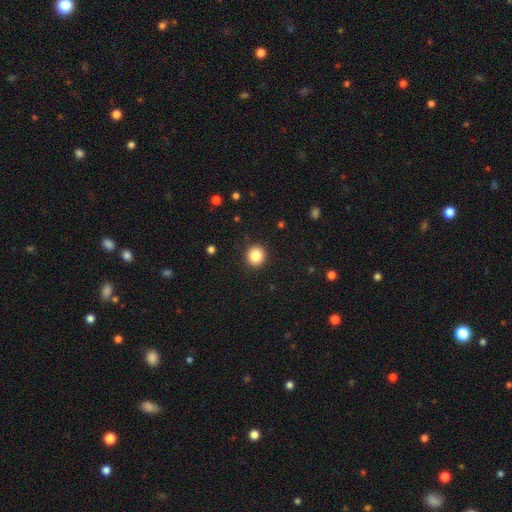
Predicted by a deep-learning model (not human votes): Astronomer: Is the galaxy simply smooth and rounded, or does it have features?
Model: smooth — 85%.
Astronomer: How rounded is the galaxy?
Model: round — 89%.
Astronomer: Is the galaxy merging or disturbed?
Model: none — 92%.